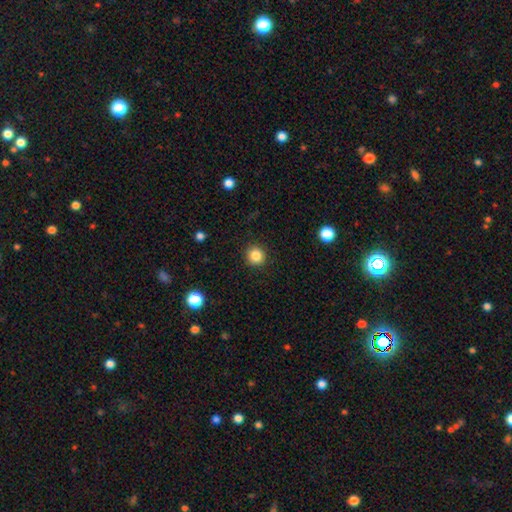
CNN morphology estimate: type=smooth (85%); roundness=round (93%); merging=none (91%).